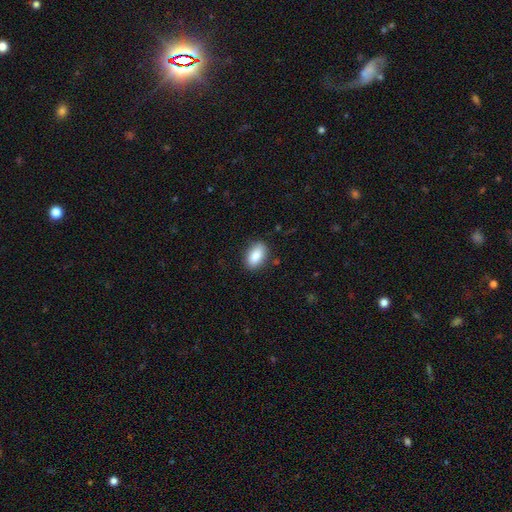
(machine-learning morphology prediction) type=smooth (86%); roundness=in between (91%); merging=none (86%).